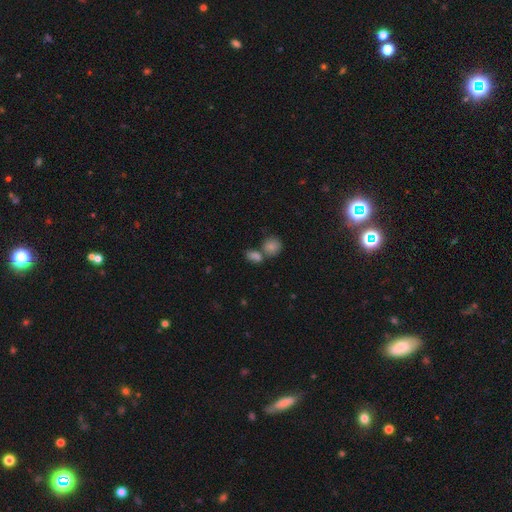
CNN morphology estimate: Overall: smooth (70%). How rounded: round (50%; in between 47%). Merging: none (45%; merger 42%).